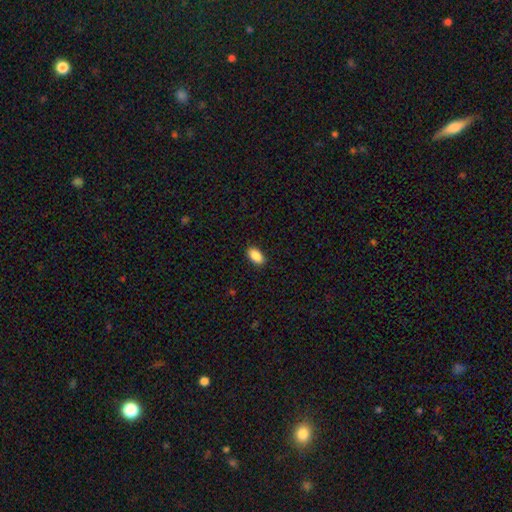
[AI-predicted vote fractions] smooth-or-featured: smooth: 90% | star or artifact: 7% | featured or disk: 3%
  how-rounded: in between: 93% | round: 4% | cigar-shaped: 3%
  merging: none: 90% | minor disturbance: 8% | major disturbance: 2% | merger: 1%